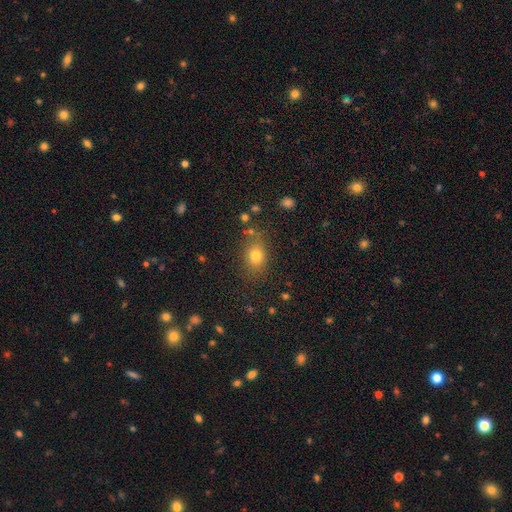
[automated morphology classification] Smooth or featured?
  - smooth: 77% *
  - star or artifact: 14%
  - featured or disk: 10%
How rounded?
  - in between: 58% *
  - round: 41%
  - cigar-shaped: 2%
Merging?
  - none: 76% *
  - minor disturbance: 14%
  - major disturbance: 5%
  - merger: 4%